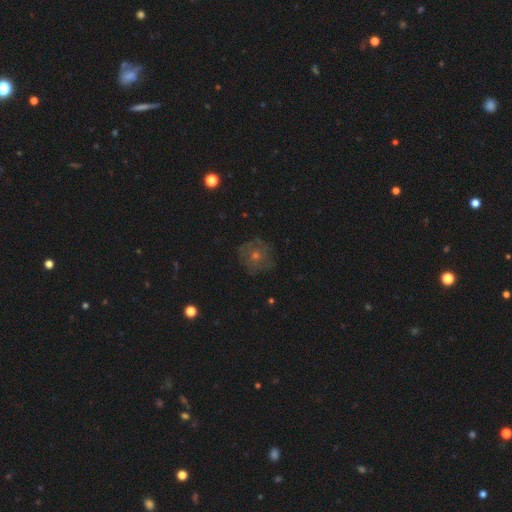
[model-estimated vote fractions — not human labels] This appears to be a featured or disk galaxy (46%). Merging: none (79%).